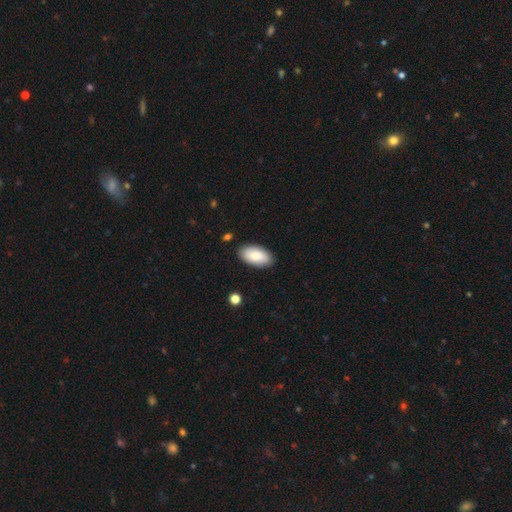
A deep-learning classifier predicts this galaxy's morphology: Smooth or featured?
  - smooth: 84% *
  - featured or disk: 10%
  - star or artifact: 6%
How rounded?
  - in between: 95% *
  - cigar-shaped: 3%
  - round: 2%
Merging?
  - none: 87% *
  - minor disturbance: 9%
  - major disturbance: 2%
  - merger: 1%